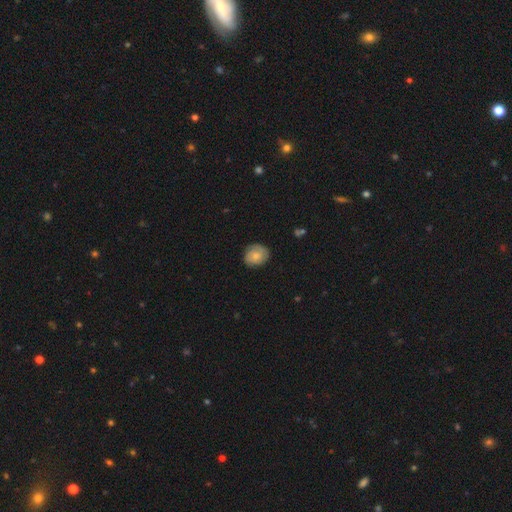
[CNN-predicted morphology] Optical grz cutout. It shows a smooth galaxy with no disk features (50%). Merging: none (79%).